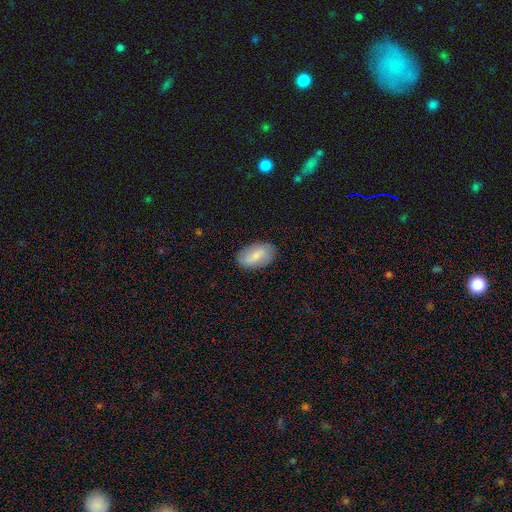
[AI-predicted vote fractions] Smooth or featured?
  - smooth: 73% *
  - featured or disk: 20%
  - star or artifact: 6%
How rounded?
  - in between: 94% *
  - round: 4%
  - cigar-shaped: 2%
Merging?
  - none: 85% *
  - minor disturbance: 11%
  - major disturbance: 3%
  - merger: 1%